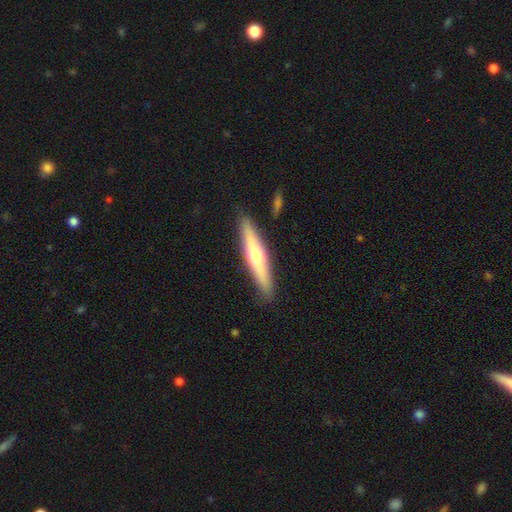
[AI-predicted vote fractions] featured or disk 54%, smooth 41%, star or artifact 5%. Down the decision tree: edge-on disk — yes (94%); edge-on bulge — rounded (88%); merging — none (89%).